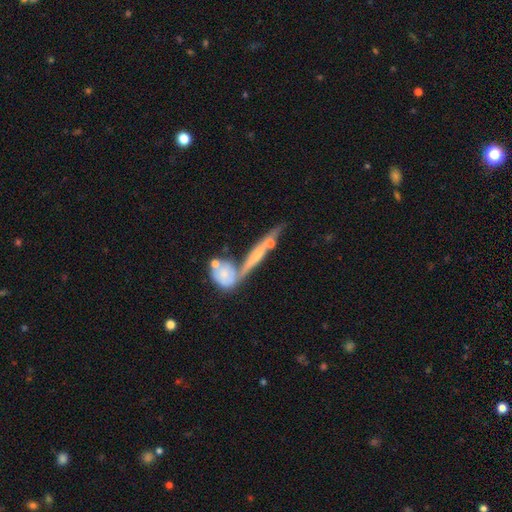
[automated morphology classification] Overall: featured or disk (64%). Edge-on disk: yes (78%). Edge-on bulge: rounded (56%; none 32%). Merging: none (42%; merger 39%).